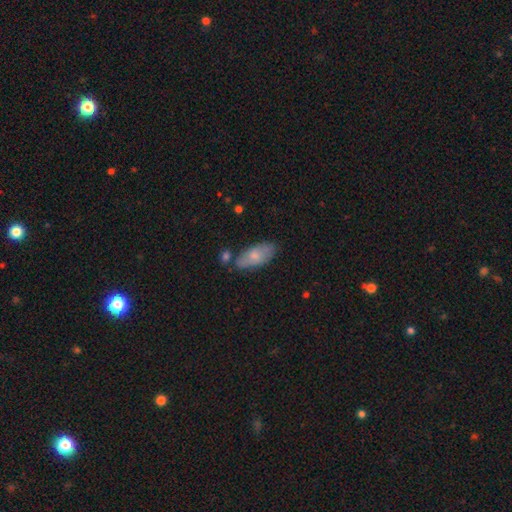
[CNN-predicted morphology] Overall: smooth (73%). How rounded: in between (89%). Merging: none (69%).